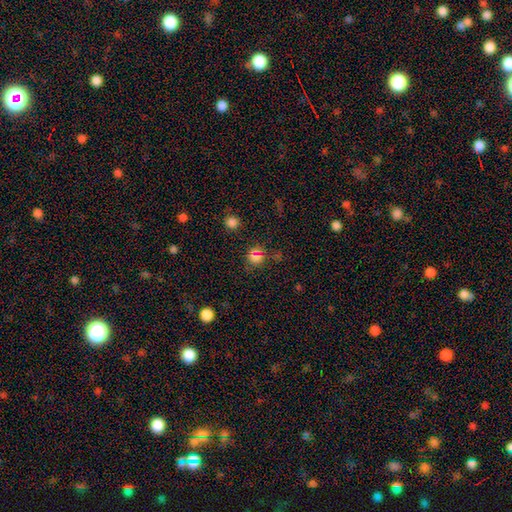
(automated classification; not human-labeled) Morphology: type=smooth (59%); roundness=round (83%); merging=none (78%).